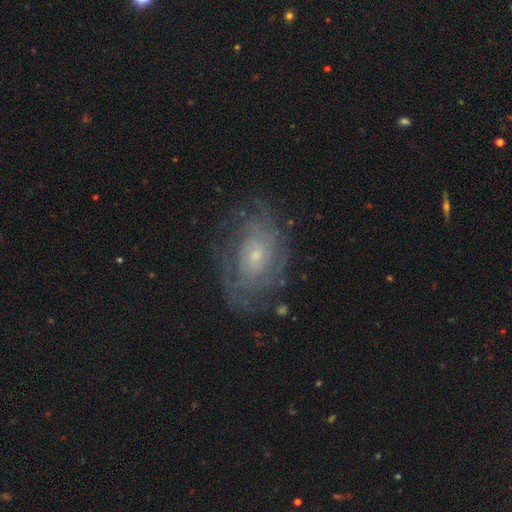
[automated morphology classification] Smooth or featured?
  - featured or disk: 76% *
  - smooth: 15%
  - star or artifact: 9%
Edge-on disk?
  - no: 95% *
  - yes: 5%
Bar?
  - no: 71% *
  - weak: 24%
  - strong: 4%
Spiral arms?
  - yes: 86% *
  - no: 14%
Spiral winding?
  - tight: 63% *
  - medium: 27%
  - loose: 10%
Spiral arm count?
  - can't tell: 55% *
  - 2: 14%
  - 3: 10%
  - 4: 9%
  - more than 4: 6%
  - 1: 5%
Bulge size?
  - small: 72% *
  - moderate: 22%
  - none: 2%
  - large: 2%
  - dominant: 1%
Merging?
  - none: 73% *
  - minor disturbance: 17%
  - major disturbance: 9%
  - merger: 1%